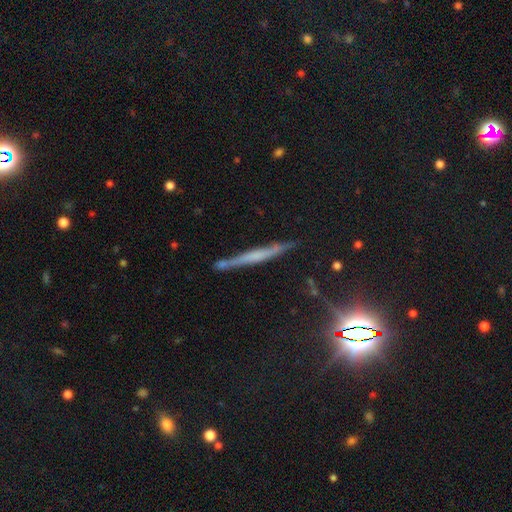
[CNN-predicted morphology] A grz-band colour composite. It shows a featured or disk galaxy (52%) viewed edge-on (95%). Merging: none (80%).